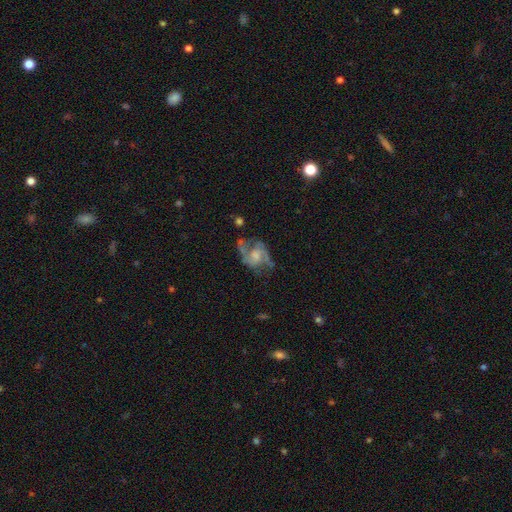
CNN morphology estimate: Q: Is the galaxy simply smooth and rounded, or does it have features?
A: featured or disk — 80%.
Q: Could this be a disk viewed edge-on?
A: no — 98%.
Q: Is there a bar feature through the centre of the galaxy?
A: no — 56%.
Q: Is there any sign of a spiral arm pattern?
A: yes — 89%.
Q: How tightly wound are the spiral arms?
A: medium — 49%.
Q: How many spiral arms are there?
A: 2 — 63%.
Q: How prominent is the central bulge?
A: moderate — 39%.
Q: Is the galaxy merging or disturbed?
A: none — 48%.